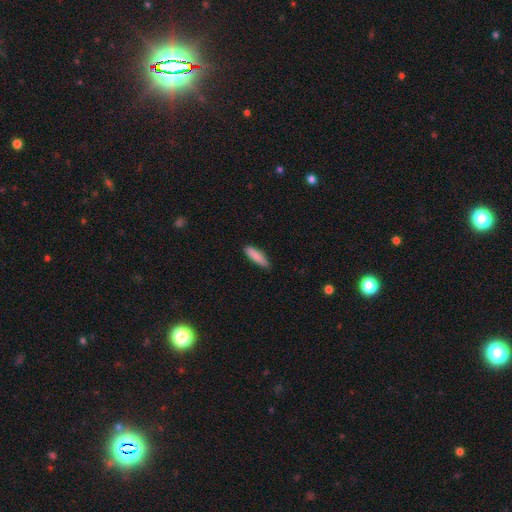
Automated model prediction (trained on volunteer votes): A smooth galaxy with no disk features (87%) that is cigar-shaped (64%).

Vote fractions:
- Smooth or featured? smooth: 87% / featured or disk: 7% / star or artifact: 6%
- How rounded? cigar-shaped: 64% / in between: 34% / round: 2%
- Merging? none: 83% / minor disturbance: 14% / major disturbance: 2% / merger: 1%